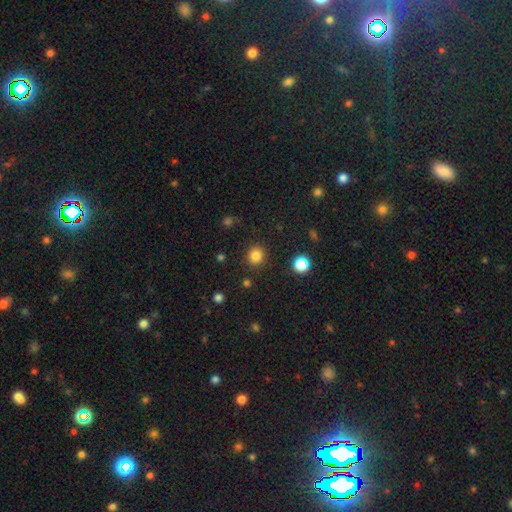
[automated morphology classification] Smooth or featured?
  - smooth: 83% *
  - star or artifact: 12%
  - featured or disk: 4%
How rounded?
  - round: 90% *
  - in between: 9%
  - cigar-shaped: 1%
Merging?
  - none: 90% *
  - minor disturbance: 6%
  - major disturbance: 2%
  - merger: 2%